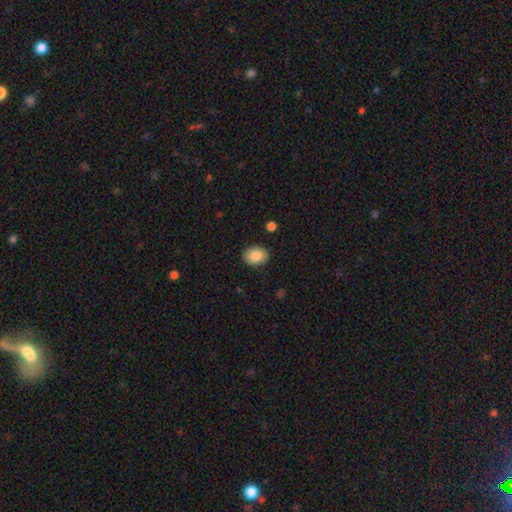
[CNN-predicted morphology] Smooth or featured? Predicted: smooth (p=0.87). How rounded? Predicted: in between (p=0.71). Merging? Predicted: none (p=0.88).